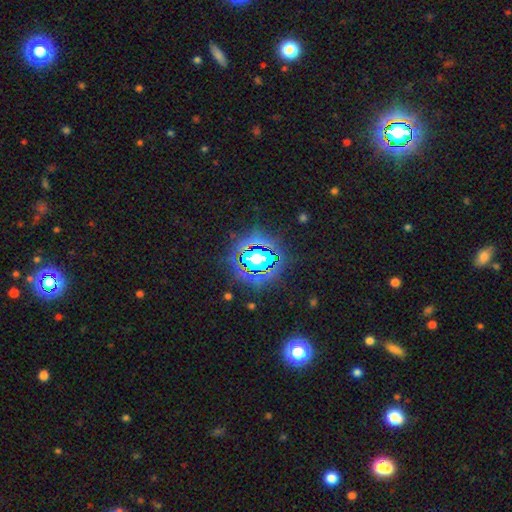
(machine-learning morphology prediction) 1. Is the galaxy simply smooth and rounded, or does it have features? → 75% star or artifact, 15% smooth, 10% featured or disk.